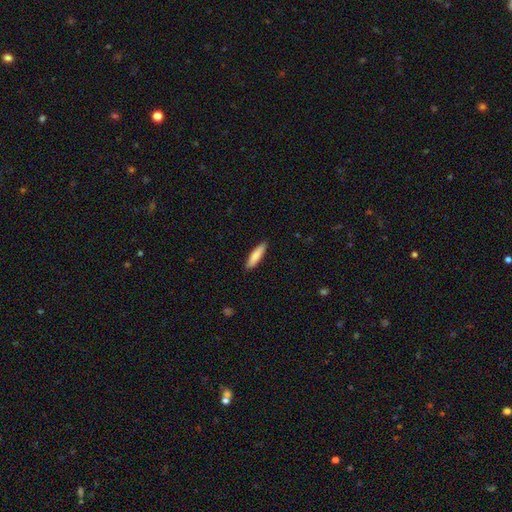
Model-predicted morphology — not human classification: A smooth galaxy with no disk features (82%) that is cigar-shaped (74%). Merging: none (89%).